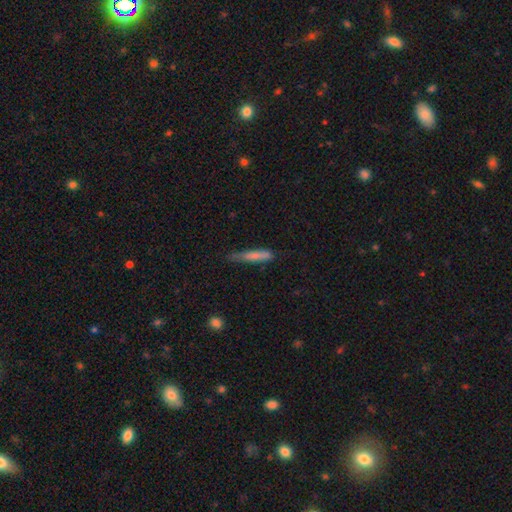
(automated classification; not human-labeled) Smooth or featured?
  - smooth: 73% *
  - featured or disk: 20%
  - star or artifact: 7%
How rounded?
  - cigar-shaped: 90% *
  - in between: 8%
  - round: 2%
Merging?
  - none: 61% *
  - minor disturbance: 30%
  - major disturbance: 7%
  - merger: 2%